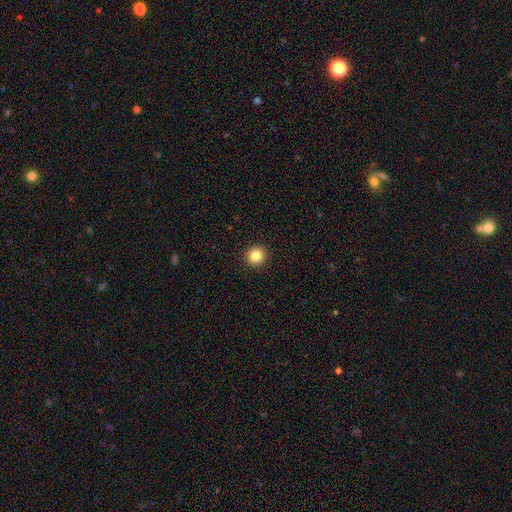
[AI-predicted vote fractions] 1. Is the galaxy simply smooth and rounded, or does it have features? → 85% smooth, 11% star or artifact, 4% featured or disk.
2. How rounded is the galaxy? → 94% round, 5% in between, 1% cigar-shaped.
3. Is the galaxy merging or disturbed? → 93% none, 4% minor disturbance, 2% major disturbance, 1% merger.